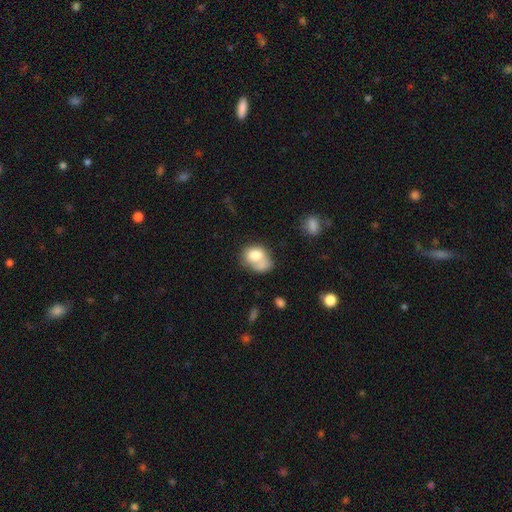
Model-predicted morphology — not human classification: type=smooth (73%); roundness=in between (65%); merging=merger (36%).